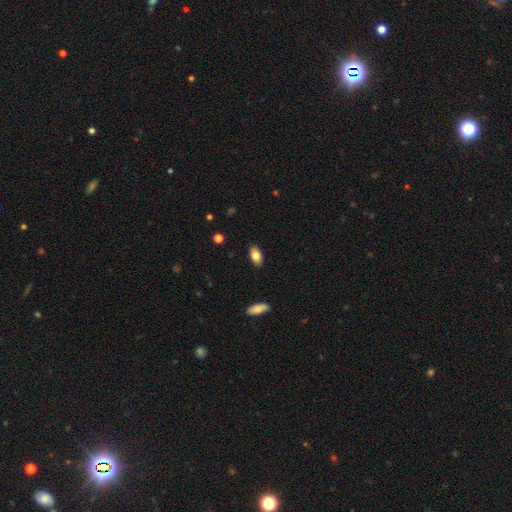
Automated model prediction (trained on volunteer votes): Smooth or featured? Predicted: smooth (p=0.81). How rounded? Predicted: in between (p=0.92). Merging? Predicted: none (p=0.88).